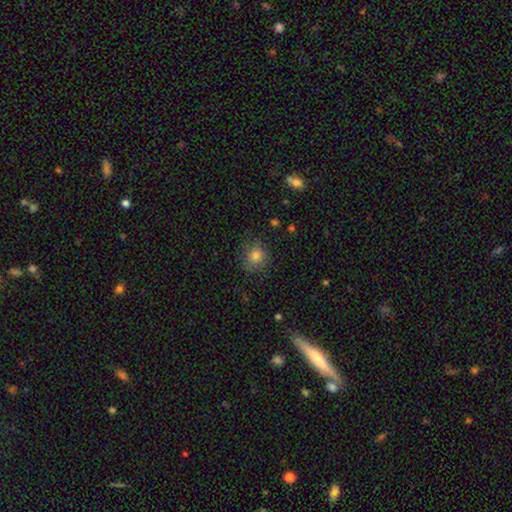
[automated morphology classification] smooth 80%, star or artifact 11%, featured or disk 8%. Down the decision tree: how rounded — round (77%); merging — none (77%).